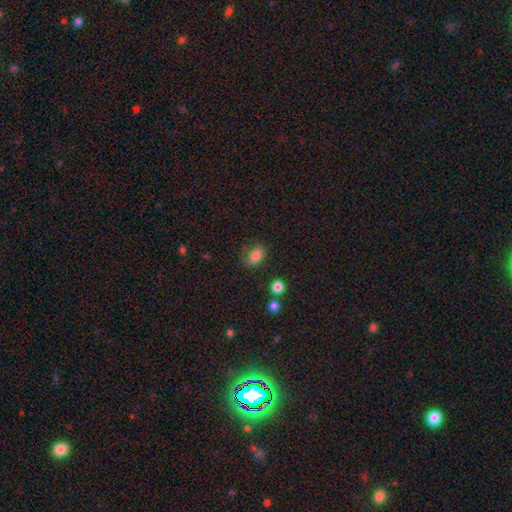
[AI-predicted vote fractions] smooth_or_featured: smooth (p=0.82) [alt: star or artifact p=0.10]
how_rounded: in between (p=0.77) [alt: round p=0.22]
merging: none (p=0.69) [alt: minor disturbance p=0.21]